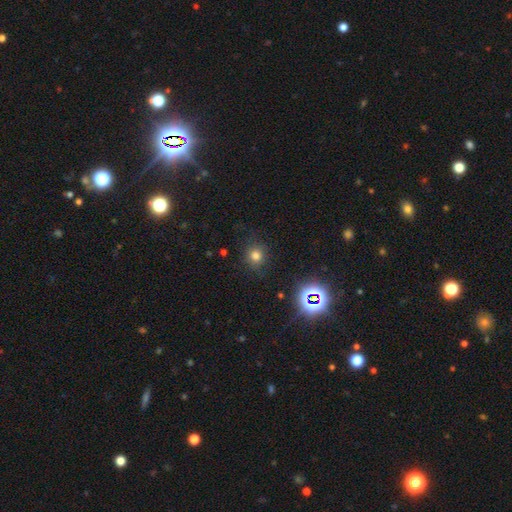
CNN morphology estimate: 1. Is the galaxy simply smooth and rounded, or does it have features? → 73% smooth, 20% star or artifact, 7% featured or disk.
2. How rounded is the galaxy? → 85% round, 14% in between, 1% cigar-shaped.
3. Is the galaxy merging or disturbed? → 84% none, 10% minor disturbance, 4% major disturbance, 2% merger.